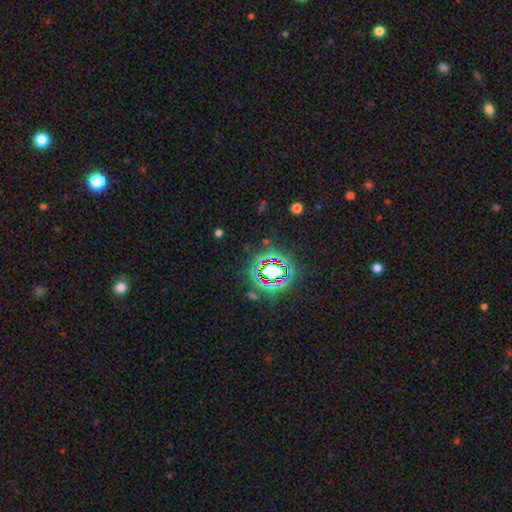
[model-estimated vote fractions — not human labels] A star or artifact, not a galaxy (79%).